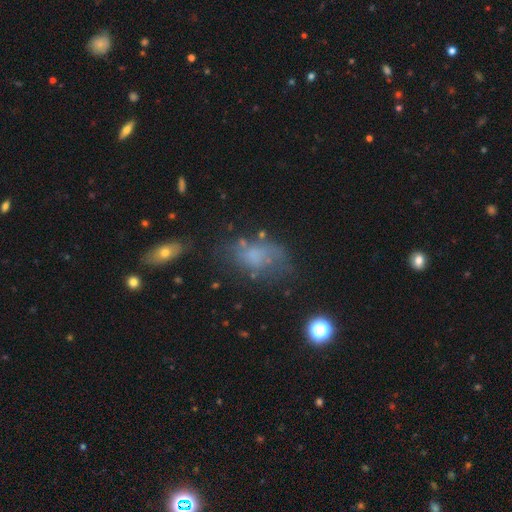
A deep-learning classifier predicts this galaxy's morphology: smooth 55%, featured or disk 30%, star or artifact 16%. Down the decision tree: how rounded — in between (83%); merging — none (43%).